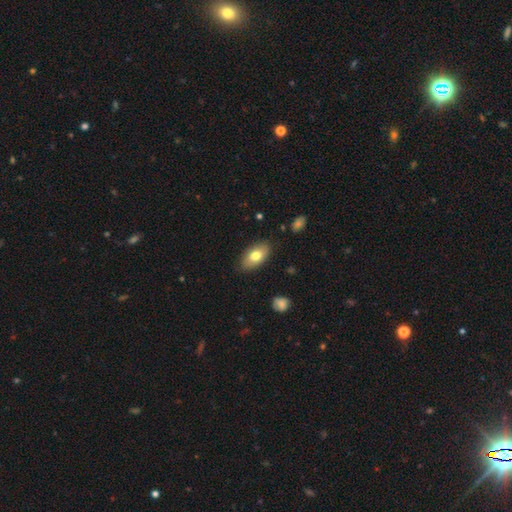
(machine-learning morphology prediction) smooth_or_featured: smooth (p=0.75) [alt: featured or disk p=0.18]
how_rounded: in between (p=0.92) [alt: round p=0.04]
merging: none (p=0.84) [alt: minor disturbance p=0.12]